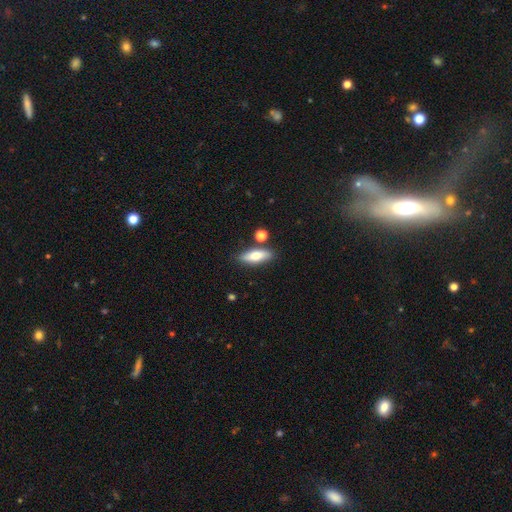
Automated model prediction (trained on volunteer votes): This is likely a smooth galaxy (69%). How rounded: likely in between (61%). Merging: likely none (80%).